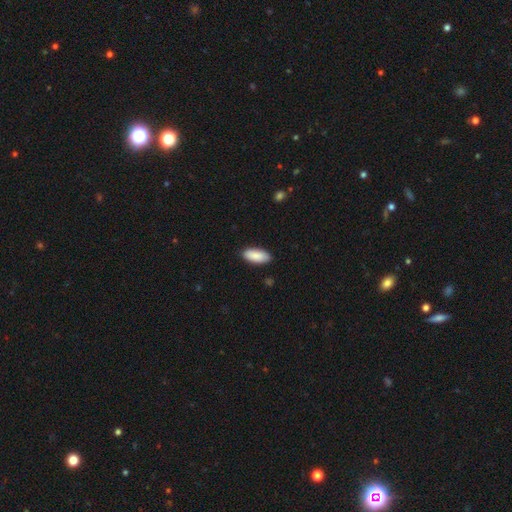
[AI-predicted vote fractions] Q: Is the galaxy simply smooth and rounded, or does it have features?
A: smooth — 88%.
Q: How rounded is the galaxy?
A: in between — 87%.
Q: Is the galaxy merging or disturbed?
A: none — 87%.